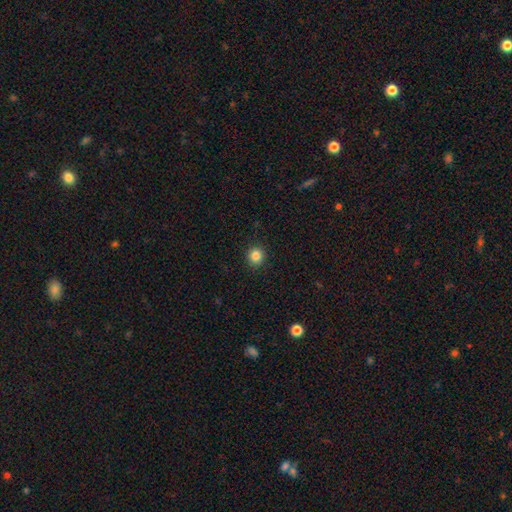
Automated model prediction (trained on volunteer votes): smooth_or_featured: smooth (p=0.85) [alt: star or artifact p=0.11]
how_rounded: round (p=0.90) [alt: in between p=0.09]
merging: none (p=0.92) [alt: minor disturbance p=0.06]